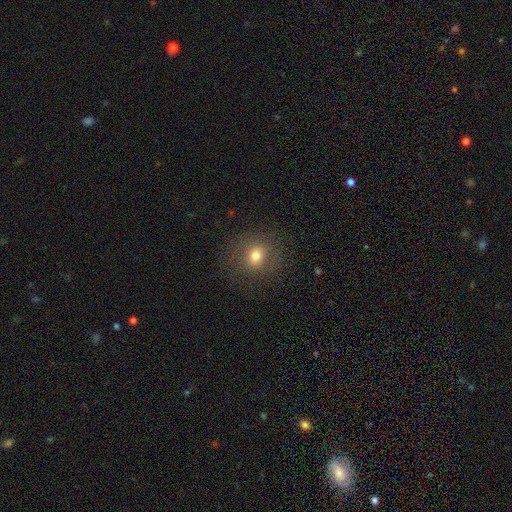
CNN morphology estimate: Smooth or featured: smooth — 72% (featured or disk — 14%)
How rounded: round — 78% (in between — 21%)
Merging: none — 82% (minor disturbance — 11%)